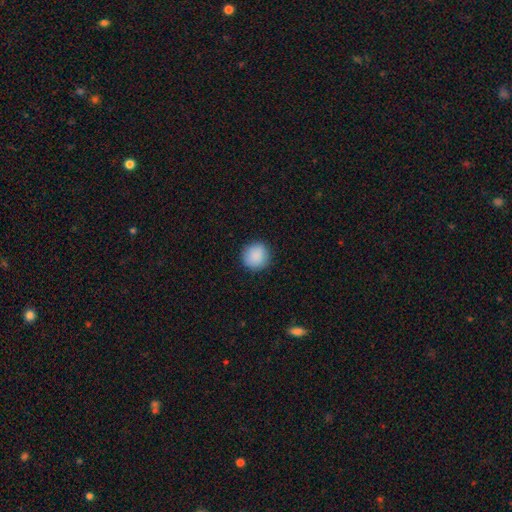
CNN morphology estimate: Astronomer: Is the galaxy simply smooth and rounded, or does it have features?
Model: smooth — 89%.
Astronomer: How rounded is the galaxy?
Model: round — 93%.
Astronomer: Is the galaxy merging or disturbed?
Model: none — 90%.